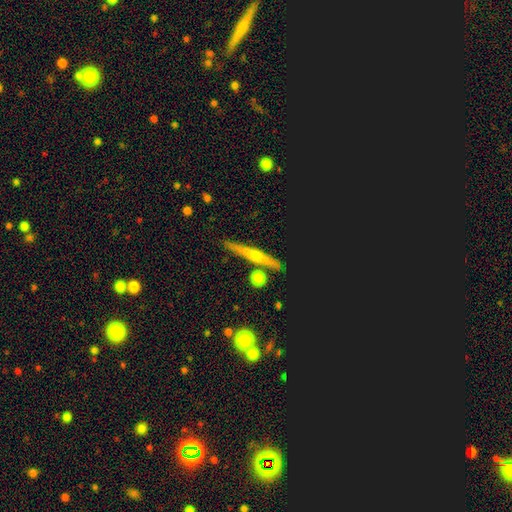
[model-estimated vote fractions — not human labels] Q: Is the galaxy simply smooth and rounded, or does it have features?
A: featured or disk — 56%.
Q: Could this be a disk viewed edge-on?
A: yes — 95%.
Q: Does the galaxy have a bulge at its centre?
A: rounded — 70%.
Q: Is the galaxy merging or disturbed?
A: none — 86%.